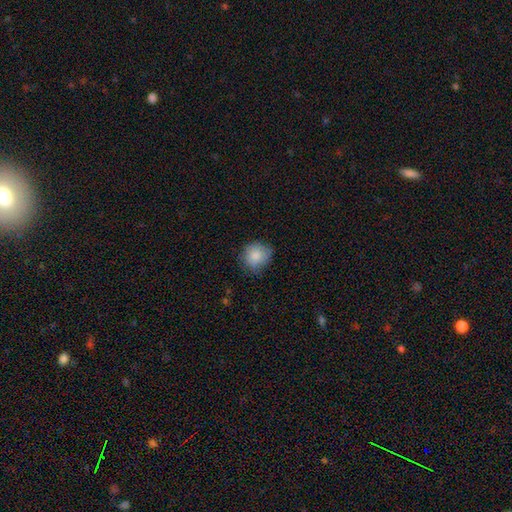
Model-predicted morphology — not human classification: smooth-or-featured: smooth: 85% | star or artifact: 8% | featured or disk: 7%
  how-rounded: round: 83% | in between: 16% | cigar-shaped: 1%
  merging: none: 71% | minor disturbance: 23% | major disturbance: 5% | merger: 1%